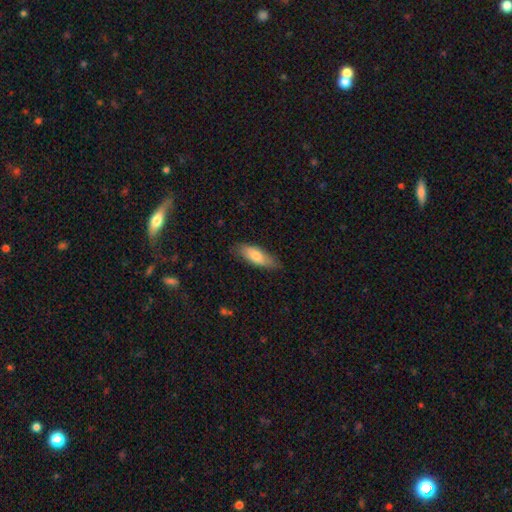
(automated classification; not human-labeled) smooth-or-featured: smooth: 74% | featured or disk: 20% | star or artifact: 6%
  how-rounded: in between: 62% | cigar-shaped: 36% | round: 2%
  merging: none: 79% | minor disturbance: 17% | major disturbance: 3% | merger: 1%